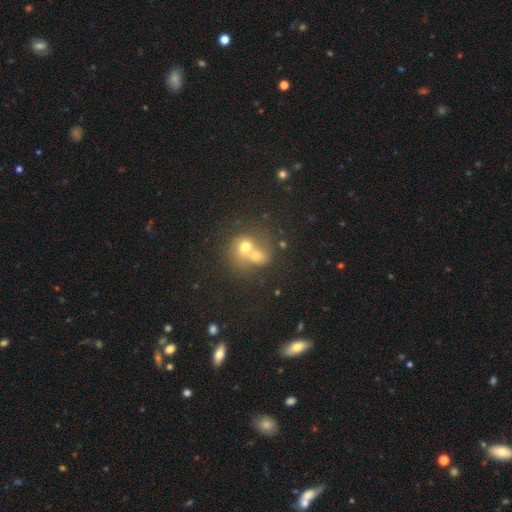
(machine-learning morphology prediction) smooth-or-featured: smooth: 61% | featured or disk: 27% | star or artifact: 12%
  how-rounded: round: 64% | in between: 35% | cigar-shaped: 1%
  merging: merger: 74% | none: 16% | minor disturbance: 5% | major disturbance: 5%